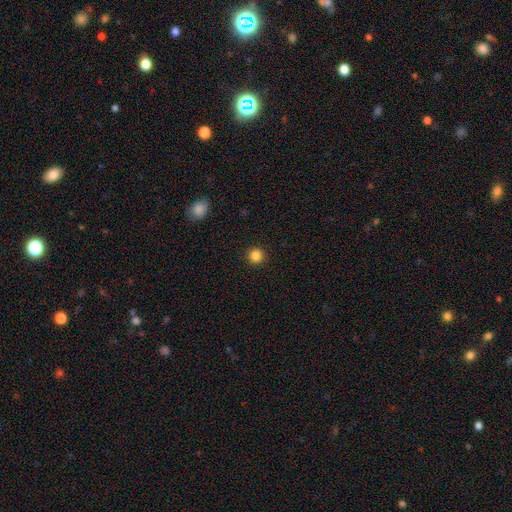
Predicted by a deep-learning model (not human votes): Smooth or featured? Predicted: smooth (p=0.85). How rounded? Predicted: round (p=0.95). Merging? Predicted: none (p=0.93).